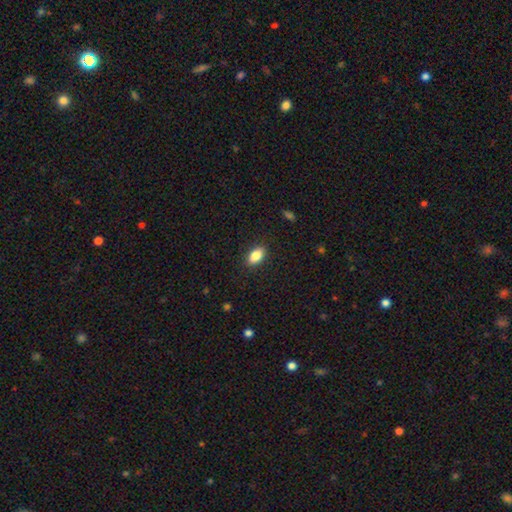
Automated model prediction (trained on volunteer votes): Q: Smooth or featured?
A: smooth (86%); runner-up: star or artifact (8%)
Q: How rounded?
A: in between (90%); runner-up: round (6%)
Q: Merging?
A: none (88%); runner-up: minor disturbance (9%)